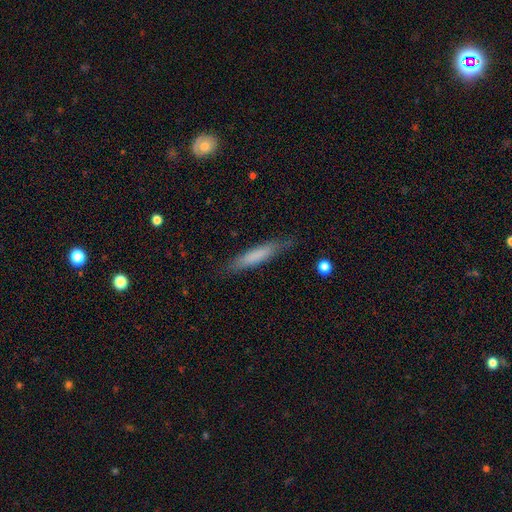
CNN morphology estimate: The model was most divided on "smooth or featured": smooth: 72%, featured or disk: 22%, star or artifact: 6%. More confident: how rounded — cigar-shaped (88%); merging — none (81%).